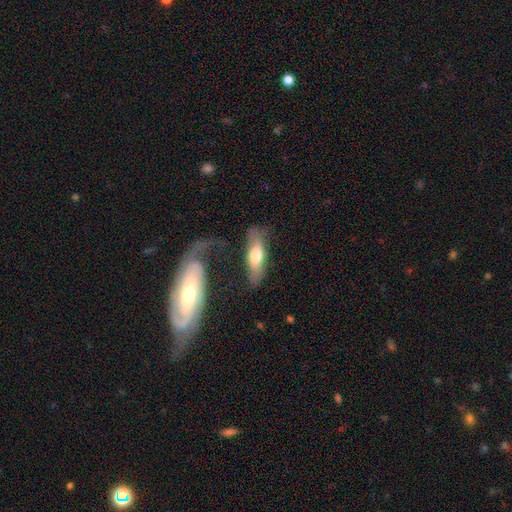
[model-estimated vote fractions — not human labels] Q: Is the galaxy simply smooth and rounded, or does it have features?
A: smooth — 59%.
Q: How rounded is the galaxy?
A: in between — 58%.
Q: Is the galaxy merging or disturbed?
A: none — 55%.